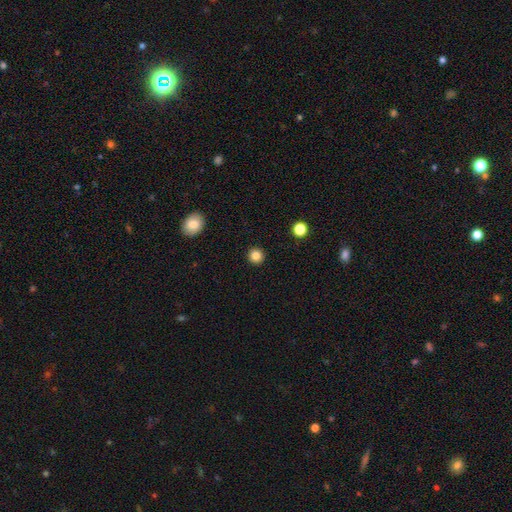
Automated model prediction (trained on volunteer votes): Smooth or featured?
  - smooth: 84% *
  - star or artifact: 11%
  - featured or disk: 4%
How rounded?
  - round: 94% *
  - in between: 5%
  - cigar-shaped: 1%
Merging?
  - none: 93% *
  - minor disturbance: 4%
  - major disturbance: 2%
  - merger: 1%